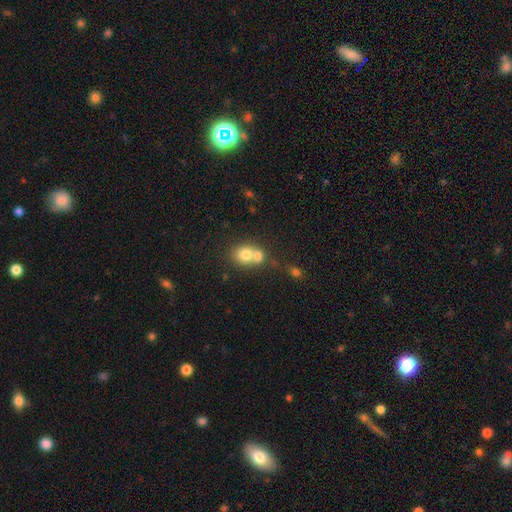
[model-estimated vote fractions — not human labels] smooth_or_featured: smooth (p=0.71) [alt: featured or disk p=0.16]
how_rounded: round (p=0.75) [alt: in between p=0.24]
merging: merger (p=0.58) [alt: none p=0.32]